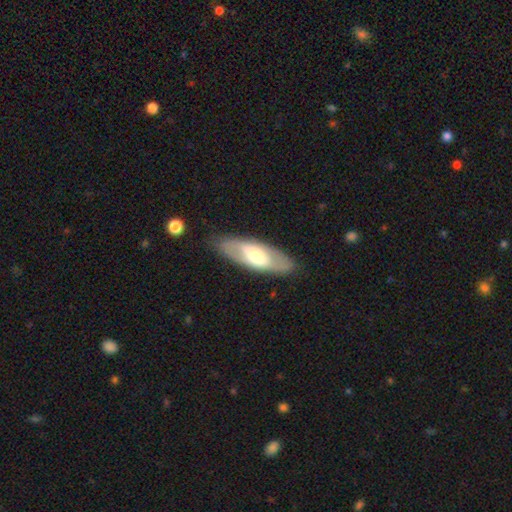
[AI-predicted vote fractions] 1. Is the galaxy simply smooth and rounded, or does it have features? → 52% featured or disk, 43% smooth, 5% star or artifact.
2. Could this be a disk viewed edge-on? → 74% no, 26% yes.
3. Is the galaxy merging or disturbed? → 84% none, 12% minor disturbance, 3% major disturbance, 1% merger.